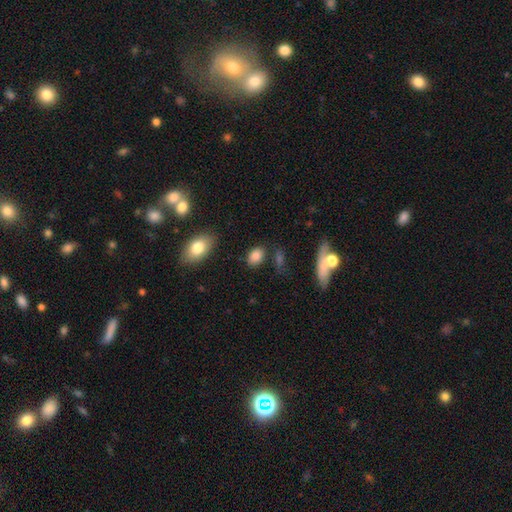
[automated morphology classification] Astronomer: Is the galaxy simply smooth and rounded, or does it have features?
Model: smooth — 84%.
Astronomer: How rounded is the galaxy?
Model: in between — 82%.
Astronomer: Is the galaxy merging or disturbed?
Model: none — 78%.